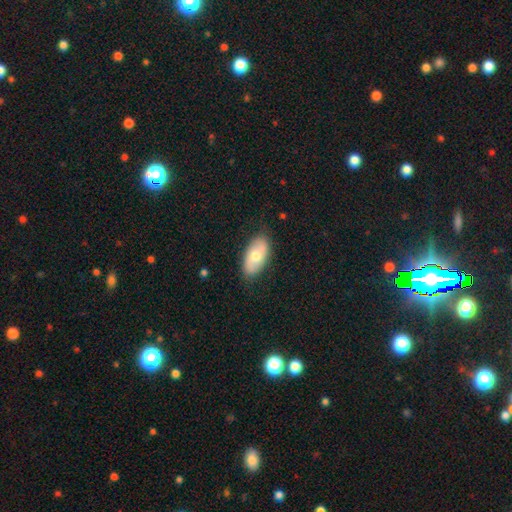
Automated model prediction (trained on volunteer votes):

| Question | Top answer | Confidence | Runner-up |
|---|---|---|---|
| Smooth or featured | smooth | 64% | featured or disk (30%) |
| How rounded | in between | 94% | round (3%) |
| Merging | none | 82% | minor disturbance (14%) |